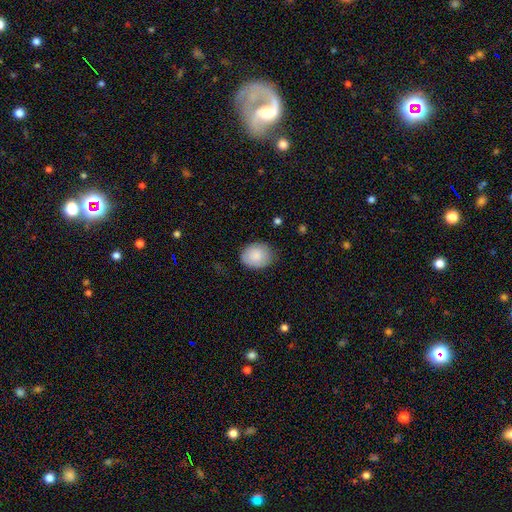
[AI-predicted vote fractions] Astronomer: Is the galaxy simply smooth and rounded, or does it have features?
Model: smooth — 86%.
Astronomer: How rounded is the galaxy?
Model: in between — 52% (runner-up: round, 47%).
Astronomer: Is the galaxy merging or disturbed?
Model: none — 77%.